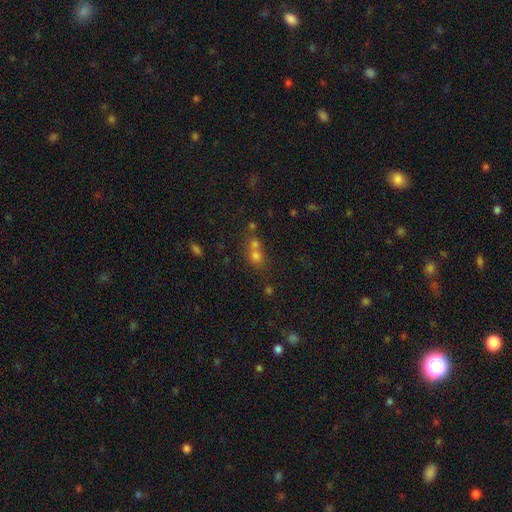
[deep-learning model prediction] Morphology: type=smooth (69%); roundness=round (73%); merging=merger (58%).